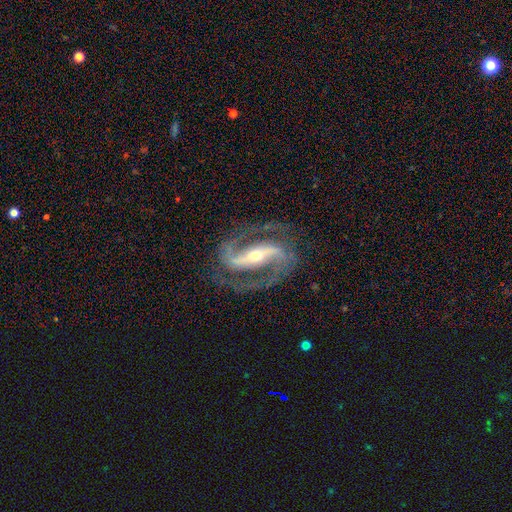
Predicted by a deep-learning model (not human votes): Smooth or featured? featured or disk (93%)
Edge-on disk? no (96%)
Bar? strong (71%)
Spiral arms? yes (98%)
Spiral winding? medium (60%)
Spiral arm count? 2 (94%)
Bulge size? small (49%)
Merging? none (81%)